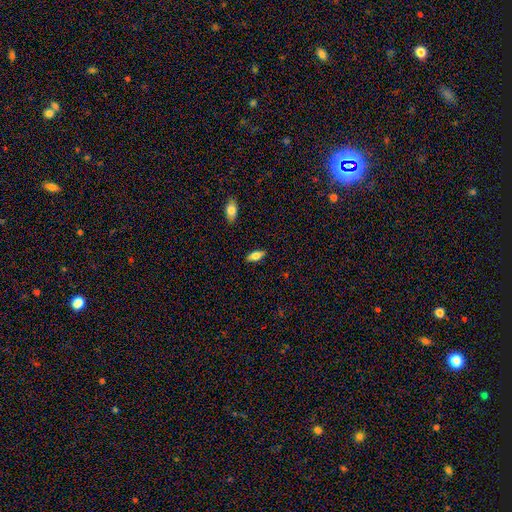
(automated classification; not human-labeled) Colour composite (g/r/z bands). It shows a smooth galaxy with no disk features (72%) that is in between round and cigar-shaped (81%). Merging: none (87%).